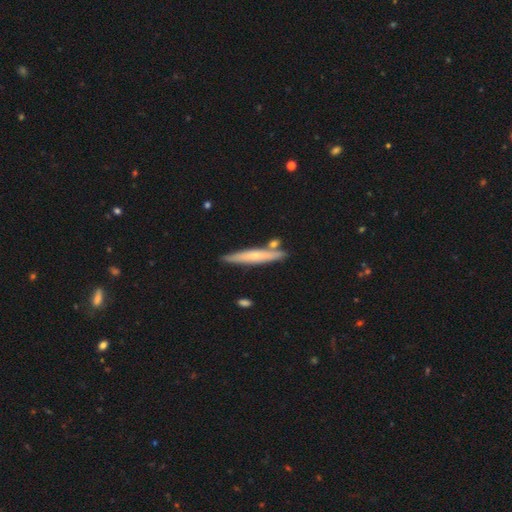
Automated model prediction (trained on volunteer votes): The model was most divided on "smooth or featured": featured or disk: 47%, smooth: 46%, star or artifact: 6%. More confident: merging — none (81%).